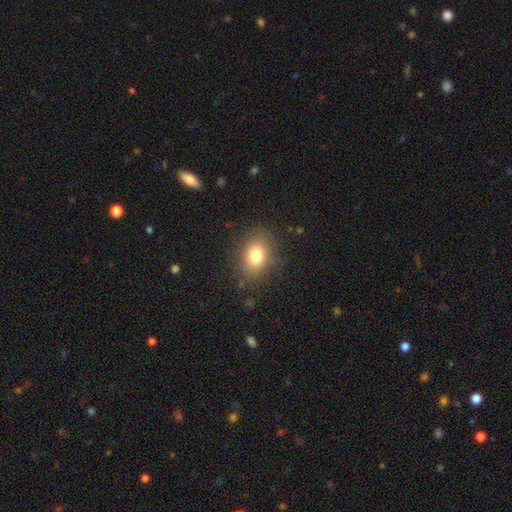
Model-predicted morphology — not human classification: smooth 79%, star or artifact 11%, featured or disk 10%. Down the decision tree: how rounded — in between (70%); merging — none (83%).